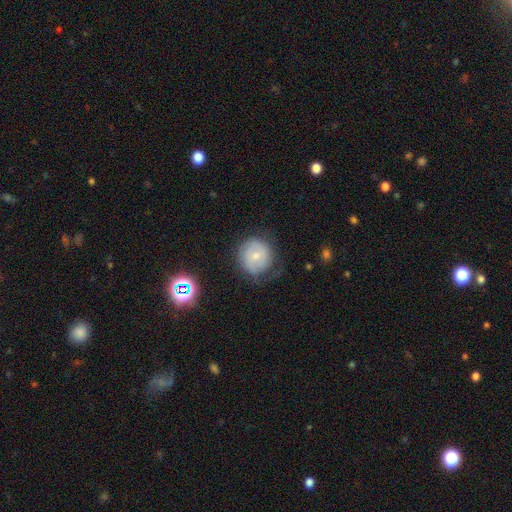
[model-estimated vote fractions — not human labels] Smooth or featured? smooth (59%)
How rounded? round (89%)
Merging? none (59%)